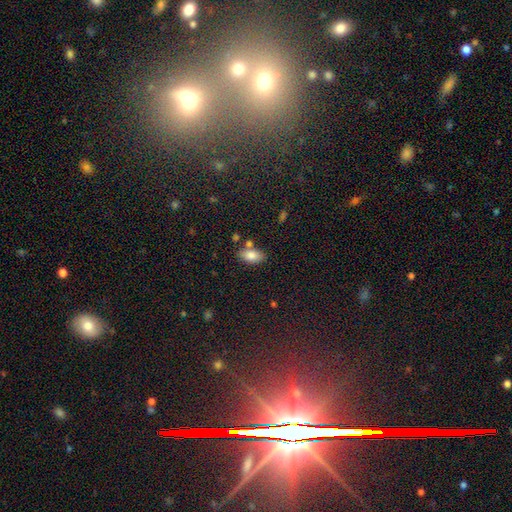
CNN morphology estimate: This appears to be a smooth galaxy with no disk features (77%) that is in between round and cigar-shaped (91%). Merging: none (78%).